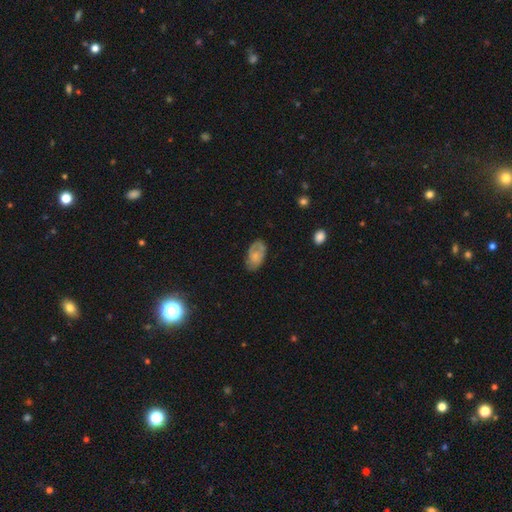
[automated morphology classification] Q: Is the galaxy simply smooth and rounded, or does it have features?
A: smooth — 54%.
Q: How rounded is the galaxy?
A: in between — 92%.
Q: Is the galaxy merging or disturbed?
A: none — 69%.